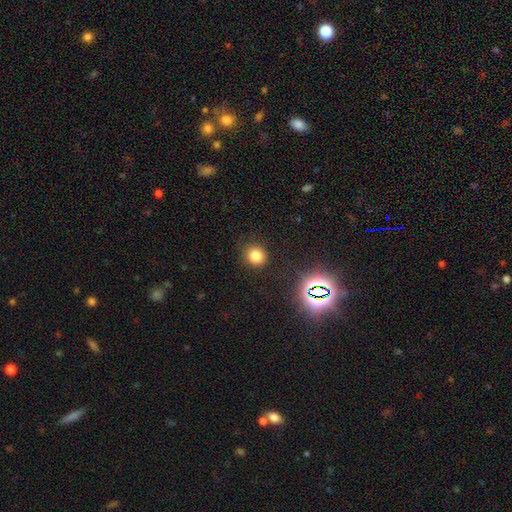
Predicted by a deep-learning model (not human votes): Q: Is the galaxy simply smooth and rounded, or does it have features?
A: smooth — 78%.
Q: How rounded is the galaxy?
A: round — 85%.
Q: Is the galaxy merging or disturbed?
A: none — 87%.